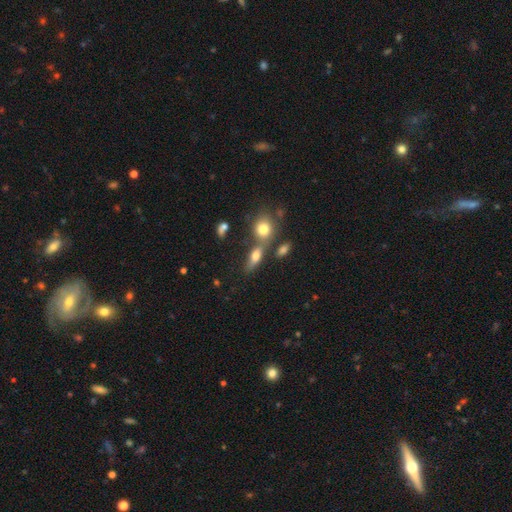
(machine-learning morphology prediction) This appears to be a smooth galaxy with no disk features (65%) that is in between round and cigar-shaped (59%). Merging: none (51%).